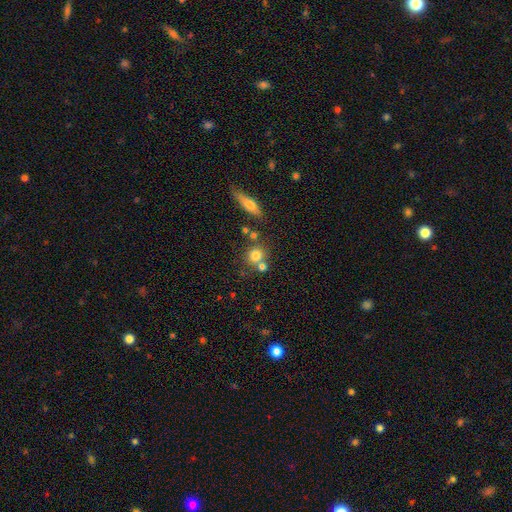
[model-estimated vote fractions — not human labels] Q: Smooth or featured?
A: smooth (75%); runner-up: featured or disk (14%)
Q: How rounded?
A: round (83%); runner-up: in between (15%)
Q: Merging?
A: none (59%); runner-up: merger (27%)